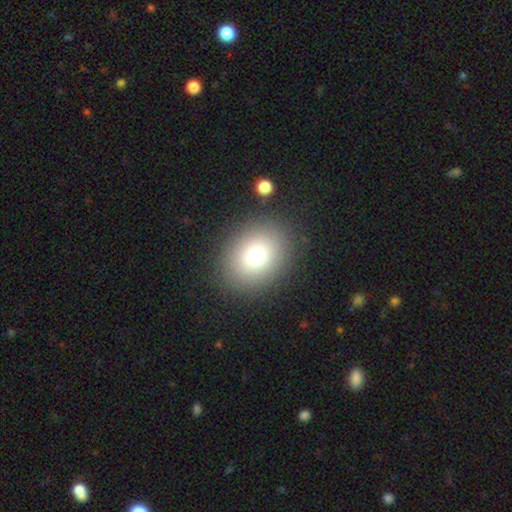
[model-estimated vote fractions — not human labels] Smooth or featured? Predicted: smooth (p=0.78). How rounded? Predicted: in between (p=0.55). Merging? Predicted: none (p=0.86).